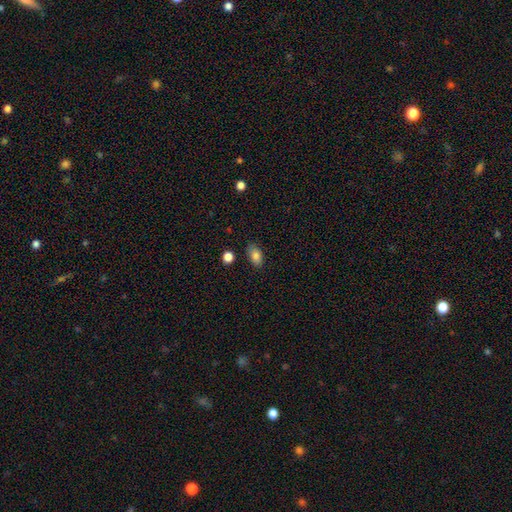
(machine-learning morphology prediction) Smooth or featured?
  - smooth: 83% *
  - star or artifact: 9%
  - featured or disk: 8%
How rounded?
  - in between: 90% *
  - round: 7%
  - cigar-shaped: 3%
Merging?
  - none: 83% *
  - minor disturbance: 12%
  - merger: 3%
  - major disturbance: 3%